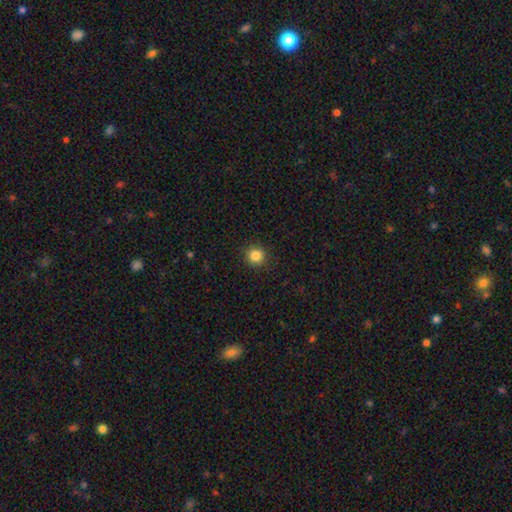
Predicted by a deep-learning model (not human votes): Smooth or featured? smooth (85%)
How rounded? round (94%)
Merging? none (91%)